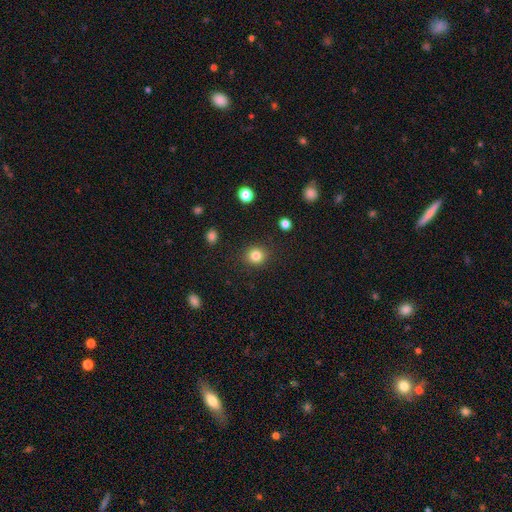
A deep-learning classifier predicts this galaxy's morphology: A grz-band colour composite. It shows a smooth galaxy with no disk features (83%) that is round (88%). Merging: none (90%).